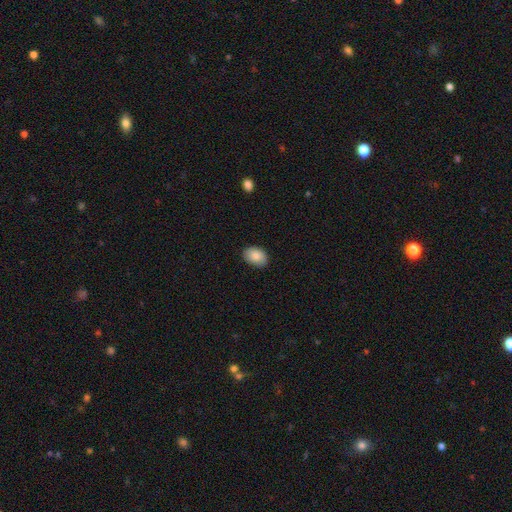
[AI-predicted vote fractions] Smooth or featured? Predicted: smooth (p=0.87). How rounded? Predicted: in between (p=0.82). Merging? Predicted: none (p=0.86).